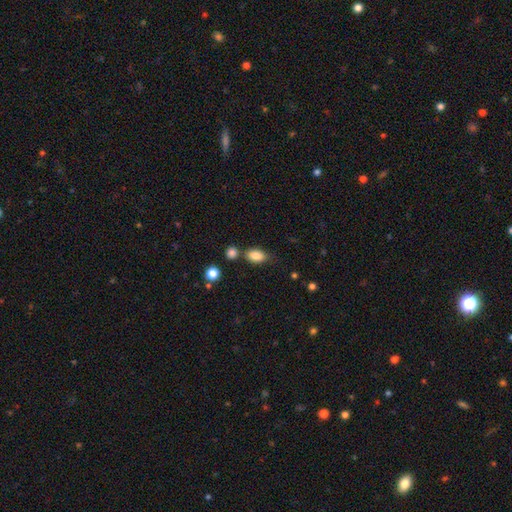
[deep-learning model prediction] Smooth or featured? Predicted: smooth (p=0.86). How rounded? Predicted: in between (p=0.86). Merging? Predicted: none (p=0.62).